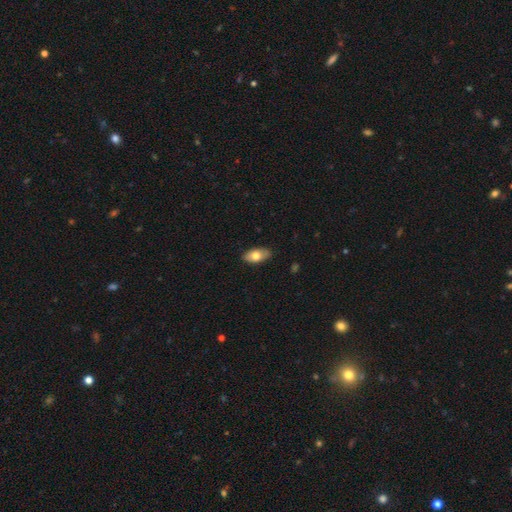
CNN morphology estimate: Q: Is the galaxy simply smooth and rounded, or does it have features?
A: smooth — 75%.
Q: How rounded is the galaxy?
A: in between — 93%.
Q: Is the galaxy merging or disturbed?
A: none — 86%.